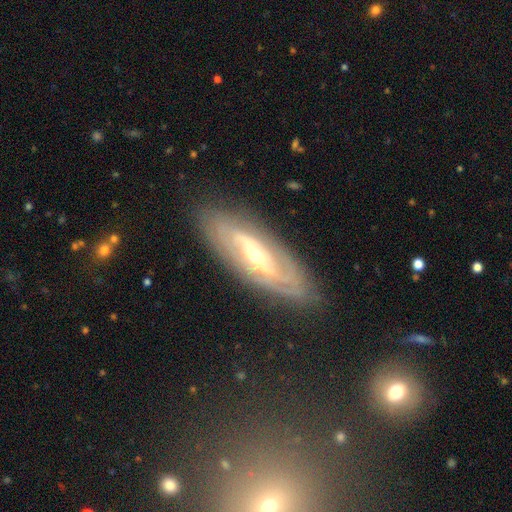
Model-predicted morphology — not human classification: A featured or disk galaxy (82%) with a weak bar (37%), tight (60%) spiral arms (86%) and a small central bulge (57%).

Vote fractions:
- Smooth or featured? featured or disk: 82% / smooth: 11% / star or artifact: 7%
- Edge-on disk? no: 79% / yes: 21%
- Bar? weak: 37% / no: 35% / strong: 28%
- Spiral arms? yes: 86% / no: 14%
- Spiral winding? tight: 60% / medium: 28% / loose: 12%
- Spiral arm count? can't tell: 44% / 2: 36% / 3: 8% / 4: 5% / 1: 4% / more than 4: 4%
- Bulge size? small: 57% / moderate: 40% / large: 2% / none: 1% / dominant: 1%
- Merging? none: 83% / minor disturbance: 12% / major disturbance: 3% / merger: 1%